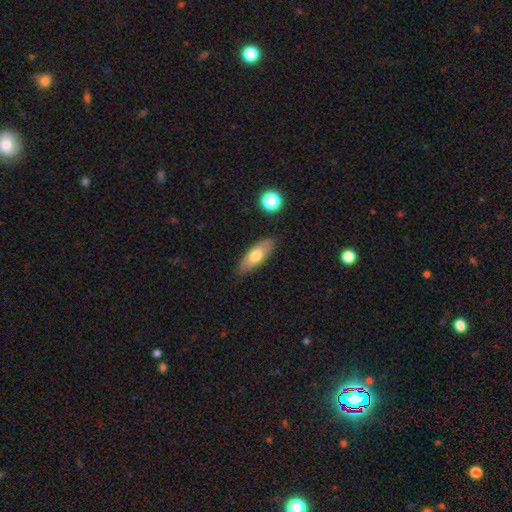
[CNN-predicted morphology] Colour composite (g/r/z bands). It shows a smooth galaxy with no disk features (65%) that is in between round and cigar-shaped (71%). Merging: none (82%).